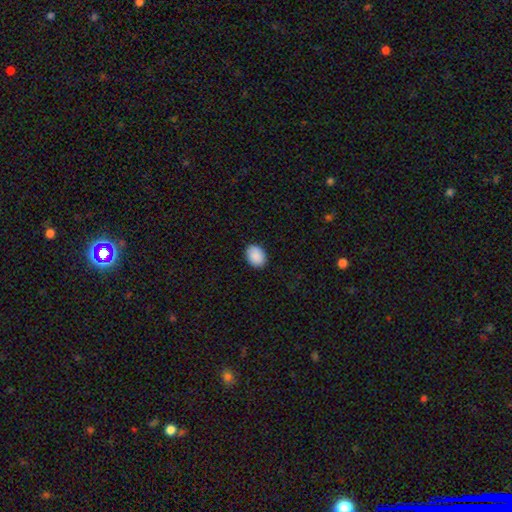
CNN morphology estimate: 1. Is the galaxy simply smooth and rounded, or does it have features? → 90% smooth, 7% star or artifact, 3% featured or disk.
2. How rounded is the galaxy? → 69% in between, 30% round, 1% cigar-shaped.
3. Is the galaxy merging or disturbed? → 89% none, 8% minor disturbance, 2% major disturbance, 1% merger.